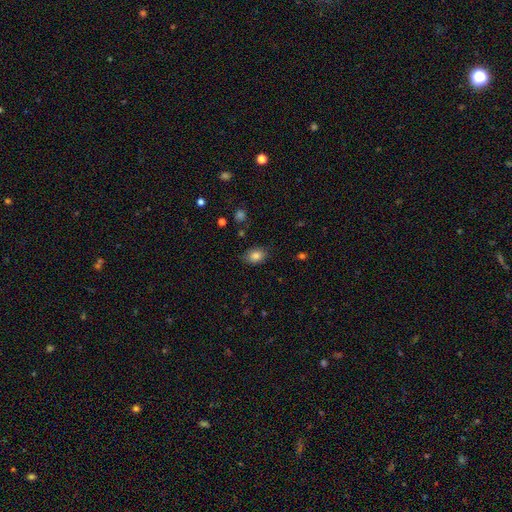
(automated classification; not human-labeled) Smooth or featured?
  - smooth: 83% *
  - star or artifact: 10%
  - featured or disk: 7%
How rounded?
  - in between: 70% *
  - round: 29%
  - cigar-shaped: 1%
Merging?
  - none: 79% *
  - minor disturbance: 16%
  - major disturbance: 3%
  - merger: 1%